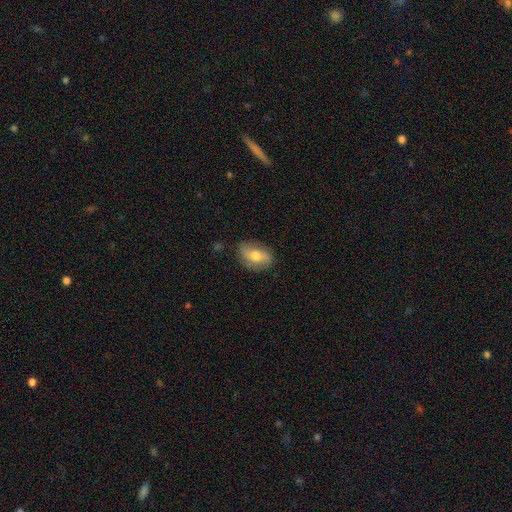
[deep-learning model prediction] This appears to be a smooth galaxy with no disk features (55%) that is in between round and cigar-shaped (82%). Merging: none (79%).